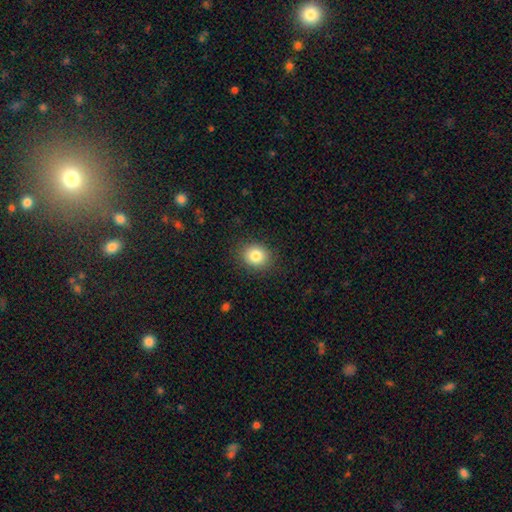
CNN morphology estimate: Smooth or featured? smooth (84%)
How rounded? round (68%)
Merging? none (88%)